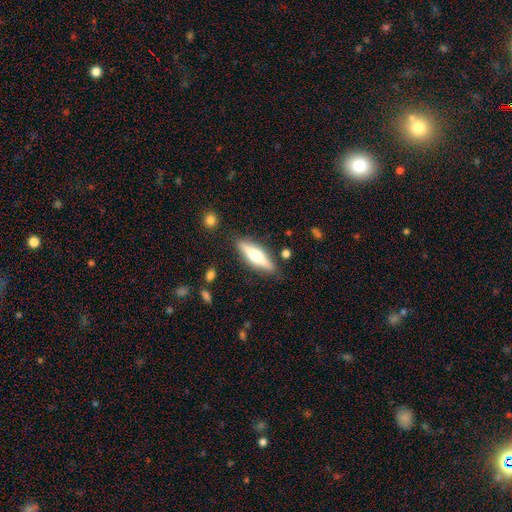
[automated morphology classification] featured or disk 54%, smooth 40%, star or artifact 6%. Down the decision tree: edge-on disk — yes (93%); edge-on bulge — rounded (93%); merging — none (86%).